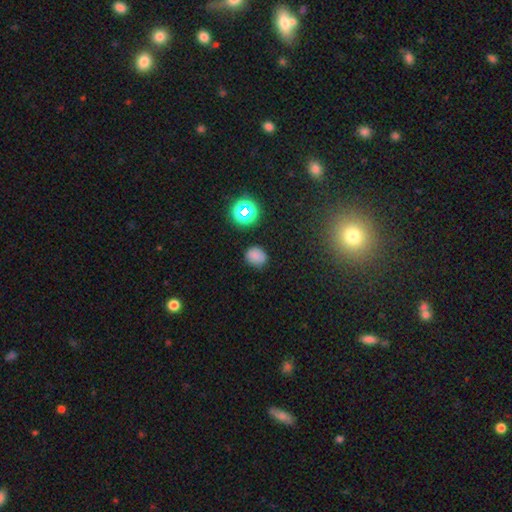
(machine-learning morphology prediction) smooth_or_featured: smooth (p=0.75) [alt: star or artifact p=0.19]
how_rounded: round (p=0.68) [alt: in between p=0.31]
merging: none (p=0.79) [alt: minor disturbance p=0.15]